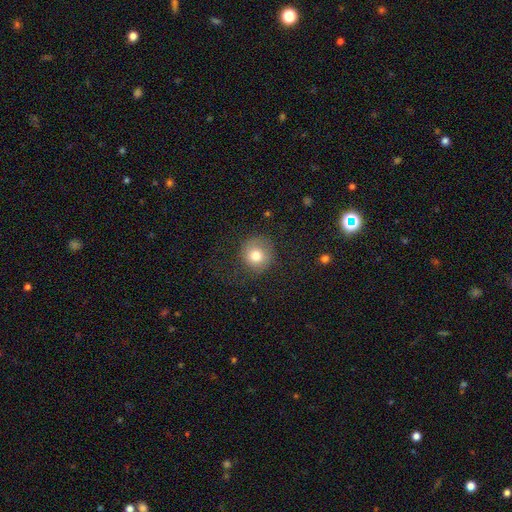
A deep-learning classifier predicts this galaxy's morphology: This appears to be a smooth galaxy with no disk features (78%) that is round (90%). Merging: none (75%).